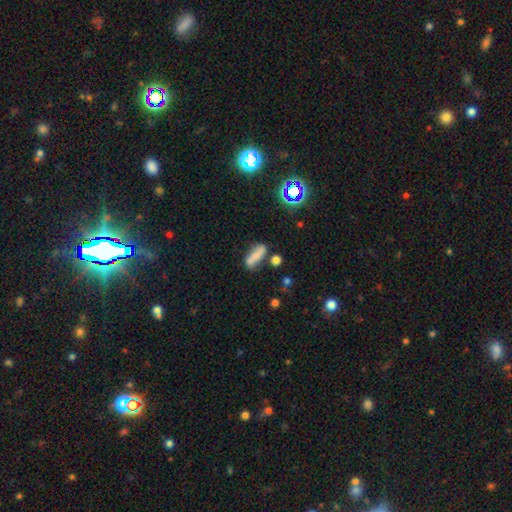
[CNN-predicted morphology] The model was most divided on "how rounded": in between: 55%, cigar-shaped: 40%, round: 5%. More confident: merging — none (61%); smooth or featured — smooth (59%).